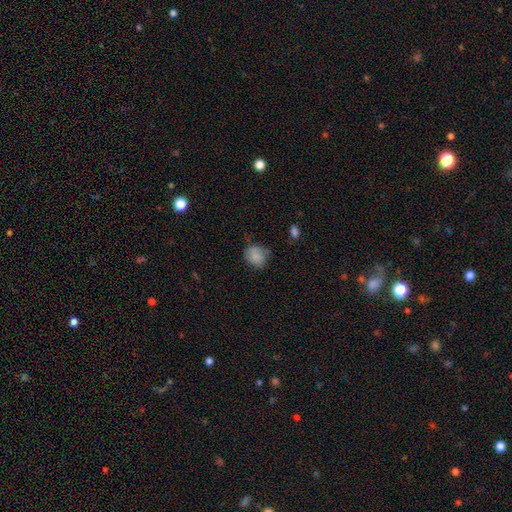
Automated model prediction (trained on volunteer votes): smooth_or_featured: smooth (p=0.76) [alt: featured or disk p=0.15]
how_rounded: round (p=0.60) [alt: in between p=0.39]
merging: none (p=0.53) [alt: minor disturbance p=0.31]